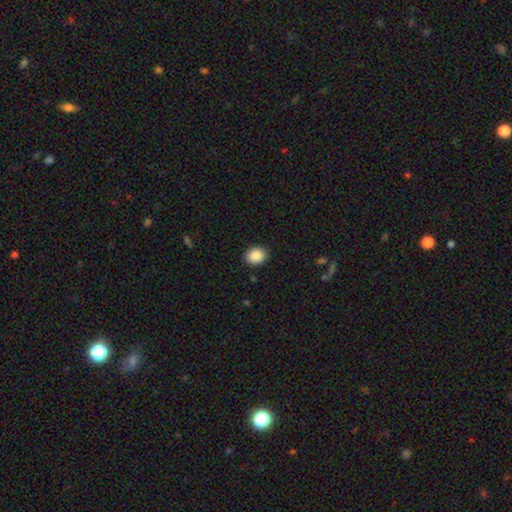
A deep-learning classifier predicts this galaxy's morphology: smooth 88%, star or artifact 8%, featured or disk 3%. Down the decision tree: how rounded — round (53%); merging — none (90%).